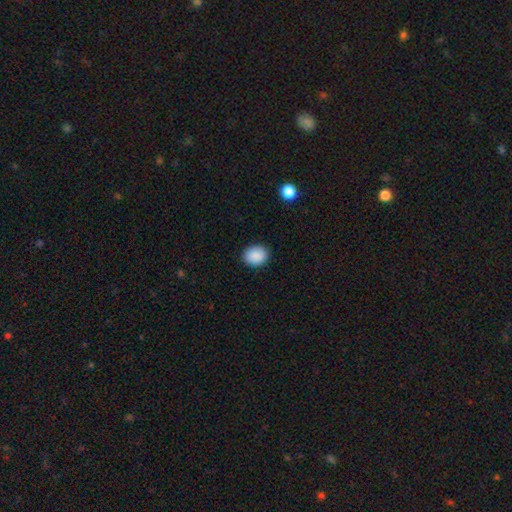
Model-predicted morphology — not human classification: smooth_or_featured: smooth (p=0.90) [alt: star or artifact p=0.07]
how_rounded: round (p=0.54) [alt: in between p=0.45]
merging: none (p=0.89) [alt: minor disturbance p=0.08]